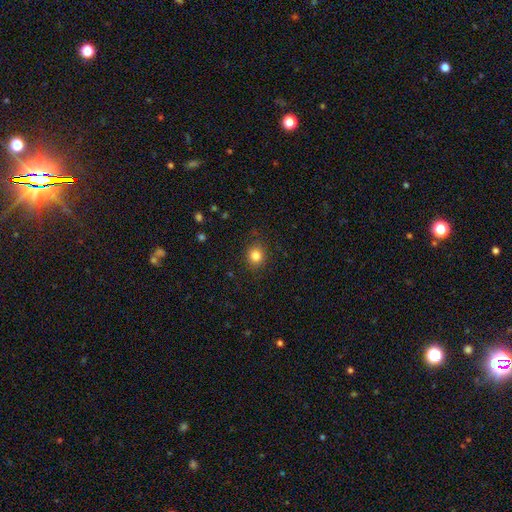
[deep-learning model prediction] This is clearly a smooth galaxy (83%). How rounded: clearly round (82%). Merging: clearly none (87%).